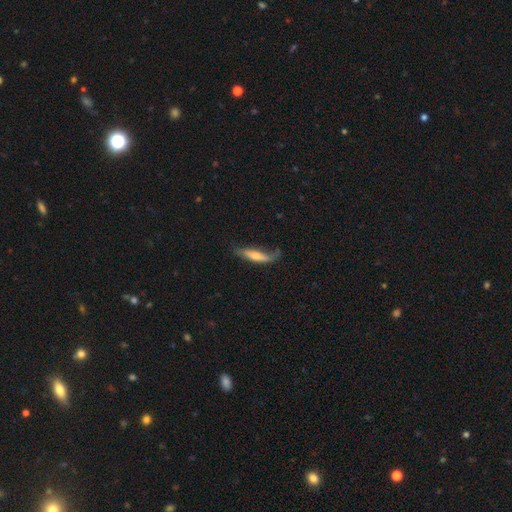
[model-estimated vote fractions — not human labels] The model was most divided on "smooth or featured": featured or disk: 49%, smooth: 43%, star or artifact: 8%. Remaining: merging — none (44%).